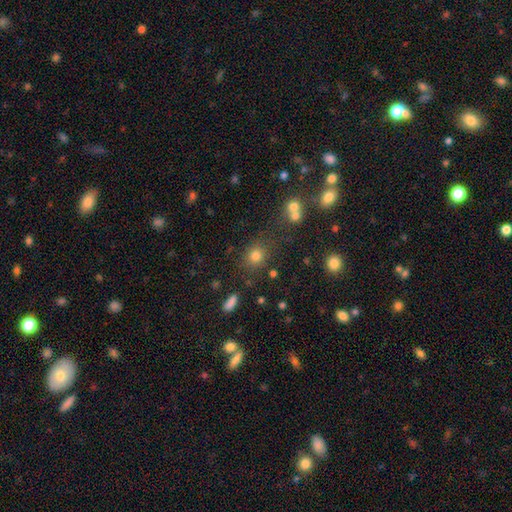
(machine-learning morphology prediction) This appears to be a smooth galaxy with no disk features (74%) that is round (79%). Merging: none (79%).